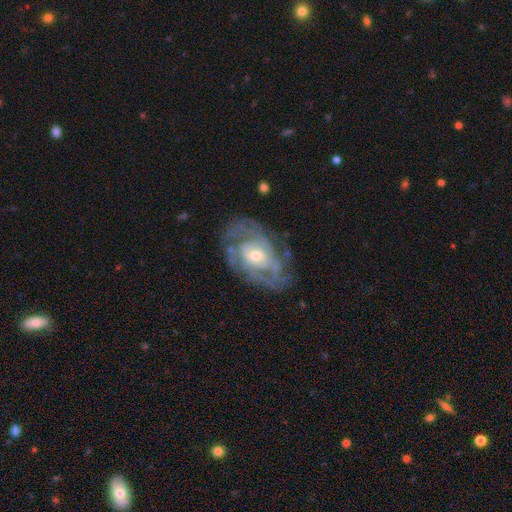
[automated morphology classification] featured or disk 84%, smooth 10%, star or artifact 6%. Down the decision tree: edge-on disk — no (96%); bar — no (62%); spiral arms — yes (89%); spiral arm count — can't tell (36%); spiral winding — tight (55%); bulge size — small (50%); merging — none (68%).